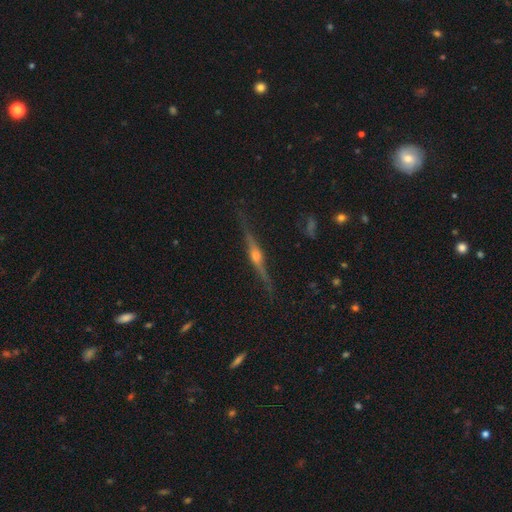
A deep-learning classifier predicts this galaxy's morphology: type=featured or disk (84%); edge-on=yes (98%); edge-on bulge=rounded (93%); merging=none (87%).